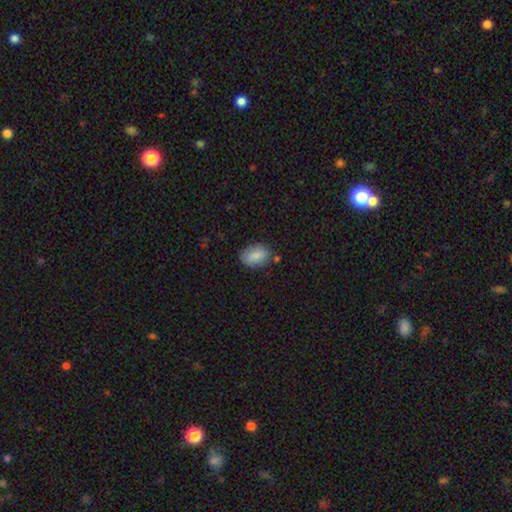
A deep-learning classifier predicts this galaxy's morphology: smooth 84%, featured or disk 9%, star or artifact 7%. Down the decision tree: how rounded — in between (87%); merging — none (76%).